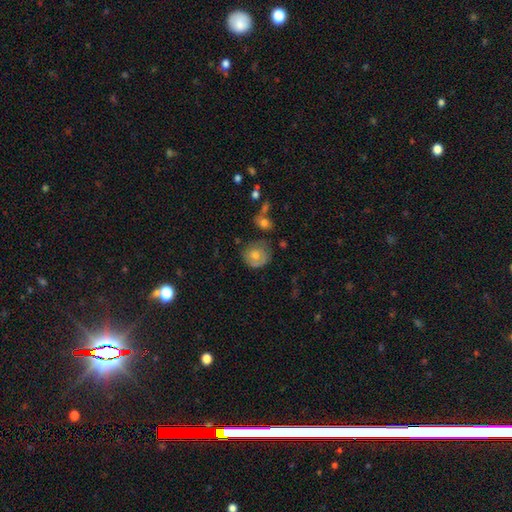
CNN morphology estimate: Smooth or featured: smooth — 61% (featured or disk — 31%)
How rounded: round — 79% (in between — 20%)
Merging: none — 63% (minor disturbance — 25%)